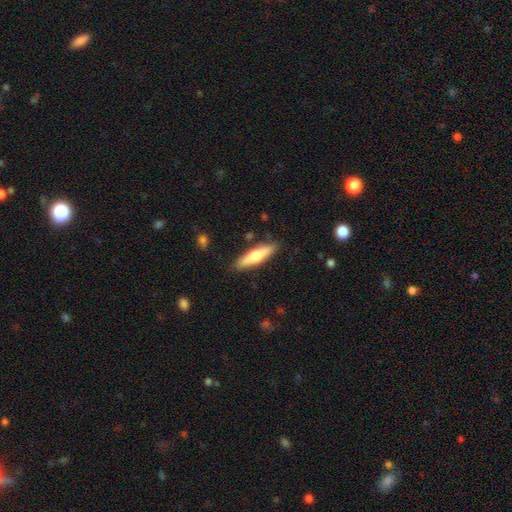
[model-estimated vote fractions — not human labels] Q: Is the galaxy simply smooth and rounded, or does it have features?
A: smooth — 54%.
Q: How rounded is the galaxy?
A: cigar-shaped — 73%.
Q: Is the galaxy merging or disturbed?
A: none — 86%.